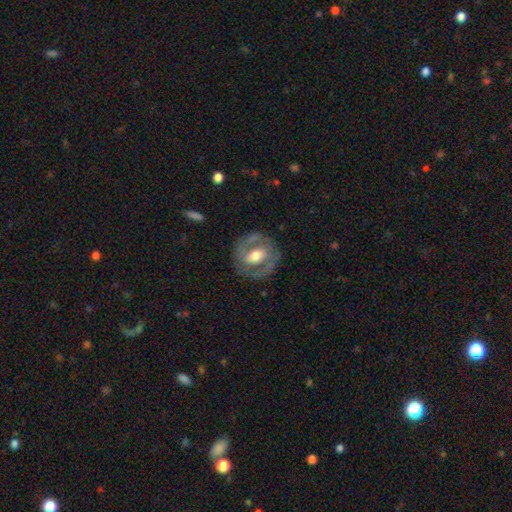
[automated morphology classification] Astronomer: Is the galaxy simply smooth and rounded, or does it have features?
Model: featured or disk — 69%.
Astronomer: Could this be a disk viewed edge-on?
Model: no — 95%.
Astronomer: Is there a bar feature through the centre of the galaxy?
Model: weak — 40% (runner-up: strong, 31%).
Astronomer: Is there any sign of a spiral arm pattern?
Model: yes — 61% (runner-up: no, 39%).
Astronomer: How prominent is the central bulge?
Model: moderate — 68%.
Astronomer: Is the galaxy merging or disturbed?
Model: none — 79%.